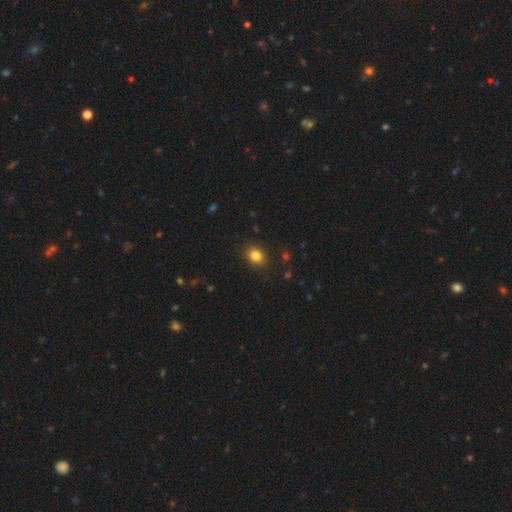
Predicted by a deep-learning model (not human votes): This is clearly a smooth galaxy (84%). How rounded: possibly round (53%). Merging: clearly none (86%).